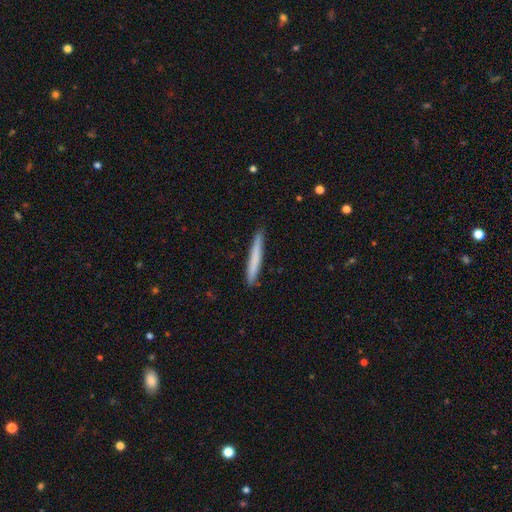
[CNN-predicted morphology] Smooth or featured? Predicted: smooth (p=0.72). How rounded? Predicted: cigar-shaped (p=0.97). Merging? Predicted: none (p=0.90).